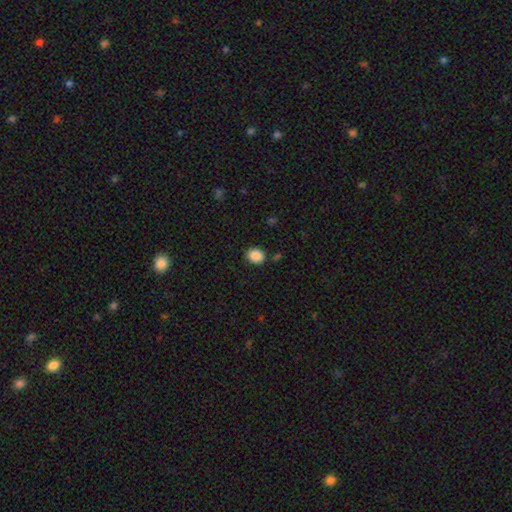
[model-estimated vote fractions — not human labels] A smooth galaxy with no disk features (88%) that is in between round and cigar-shaped (55%).

Vote fractions:
- Smooth or featured? smooth: 88% / star or artifact: 9% / featured or disk: 3%
- How rounded? in between: 55% / round: 44% / cigar-shaped: 1%
- Merging? none: 83% / minor disturbance: 11% / major disturbance: 3% / merger: 3%